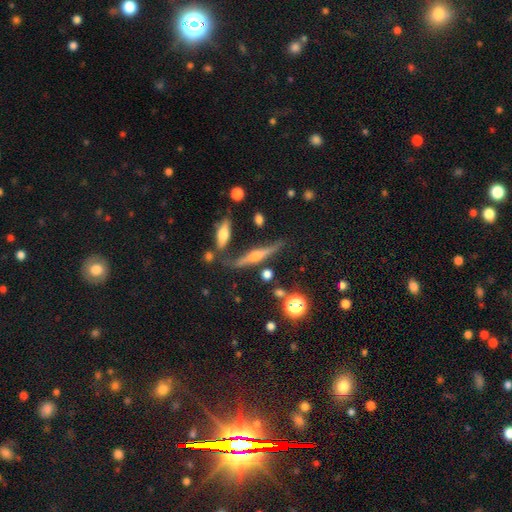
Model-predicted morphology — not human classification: Overall: featured or disk (70%). Edge-on disk: yes (95%). Edge-on bulge: rounded (83%). Merging: none (74%).